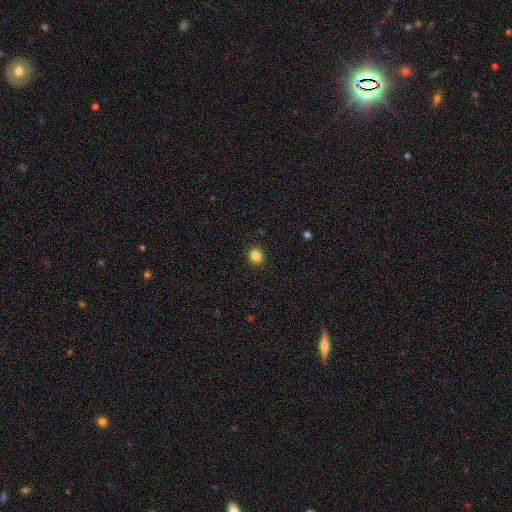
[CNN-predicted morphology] smooth_or_featured: smooth (p=0.85) [alt: star or artifact p=0.11]
how_rounded: round (p=0.88) [alt: in between p=0.11]
merging: none (p=0.92) [alt: minor disturbance p=0.05]